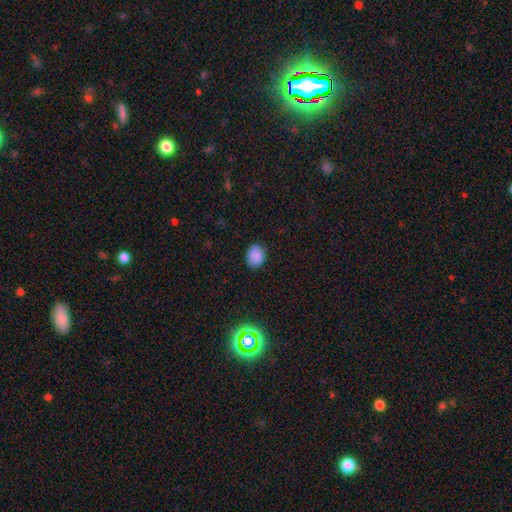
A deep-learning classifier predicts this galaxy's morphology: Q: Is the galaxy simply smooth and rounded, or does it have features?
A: smooth — 86%.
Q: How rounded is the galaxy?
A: in between — 54%.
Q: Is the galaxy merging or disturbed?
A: none — 83%.